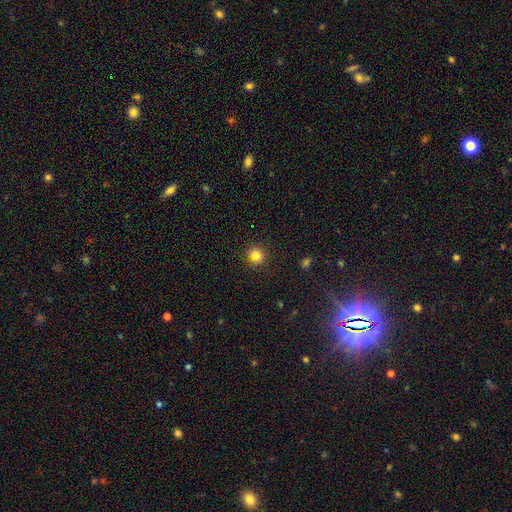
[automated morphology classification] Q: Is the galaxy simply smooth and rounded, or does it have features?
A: smooth — 82%.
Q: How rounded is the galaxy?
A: round — 88%.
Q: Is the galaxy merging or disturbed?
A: none — 83%.